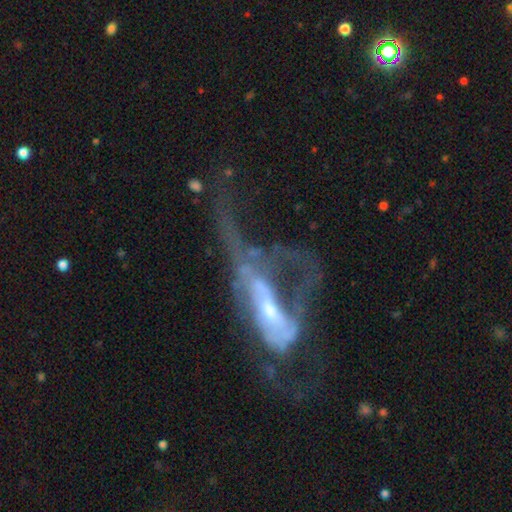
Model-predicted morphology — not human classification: smooth_or_featured: featured or disk (p=0.74) [alt: smooth p=0.15]
disk_edge_on: no (p=0.86) [alt: yes p=0.14]
bar: no (p=0.45) [alt: weak p=0.31]
has_spiral_arms: yes (p=0.57) [alt: no p=0.43]
bulge_size: small (p=0.44) [alt: moderate p=0.41]
merging: major disturbance (p=0.60) [alt: merger p=0.16]